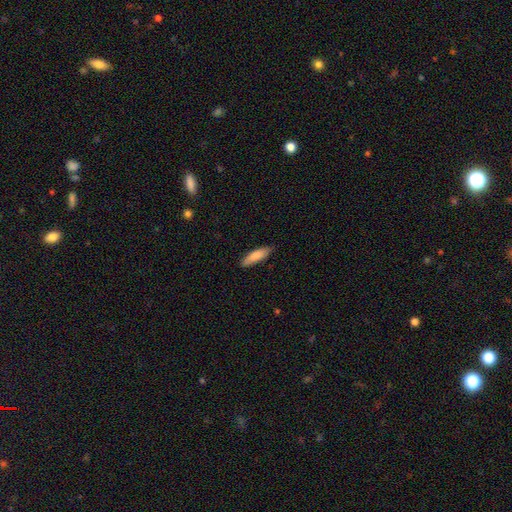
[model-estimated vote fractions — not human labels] Q: Smooth or featured?
A: smooth (82%); runner-up: featured or disk (12%)
Q: How rounded?
A: cigar-shaped (64%); runner-up: in between (34%)
Q: Merging?
A: none (85%); runner-up: minor disturbance (12%)